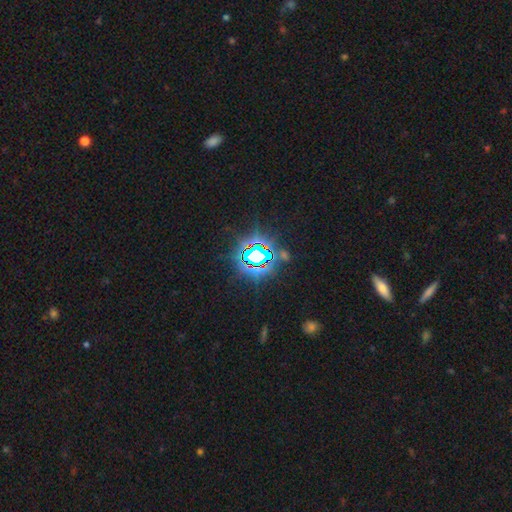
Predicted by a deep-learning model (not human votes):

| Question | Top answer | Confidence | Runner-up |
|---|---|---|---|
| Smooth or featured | star or artifact | 77% | smooth (13%) |